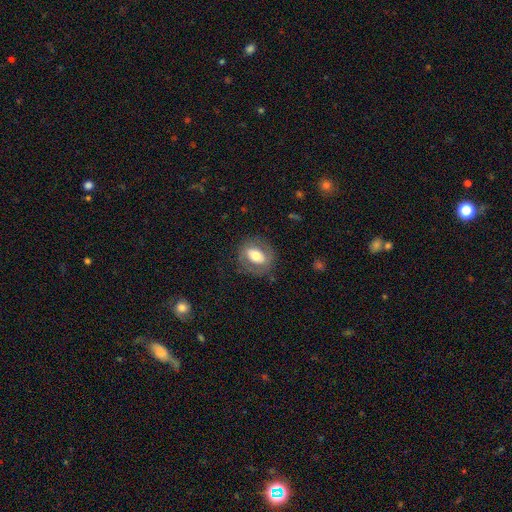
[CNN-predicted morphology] Smooth or featured?
  - smooth: 55% *
  - featured or disk: 38%
  - star or artifact: 7%
How rounded?
  - in between: 58% *
  - round: 40%
  - cigar-shaped: 2%
Merging?
  - none: 74% *
  - minor disturbance: 15%
  - major disturbance: 9%
  - merger: 1%